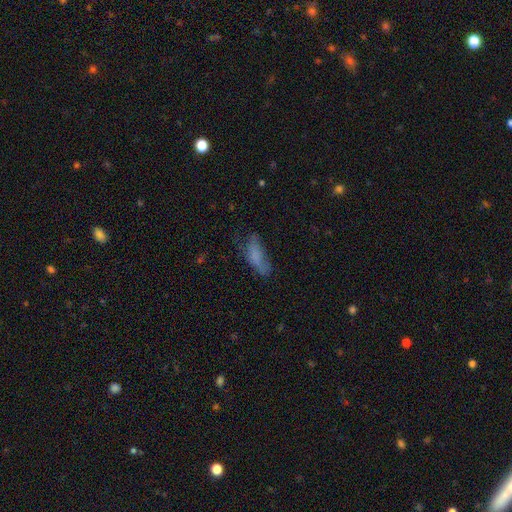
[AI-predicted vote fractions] Overall: smooth (68%). How rounded: in between (63%; cigar-shaped 35%). Merging: none (43%; minor disturbance 30%).